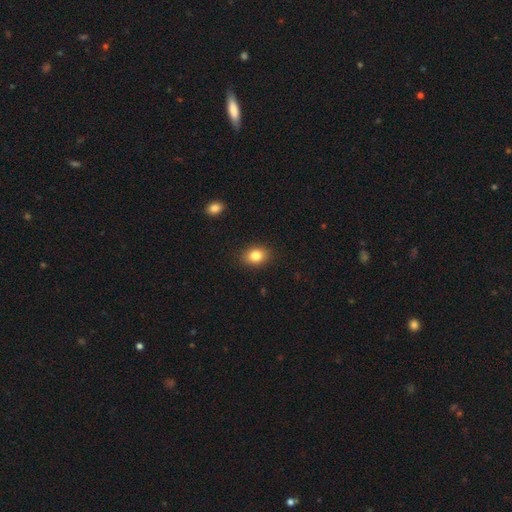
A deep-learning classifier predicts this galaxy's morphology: Smooth or featured?
  - smooth: 83% *
  - star or artifact: 10%
  - featured or disk: 8%
How rounded?
  - in between: 63% *
  - round: 36%
  - cigar-shaped: 1%
Merging?
  - none: 88% *
  - minor disturbance: 8%
  - major disturbance: 2%
  - merger: 1%